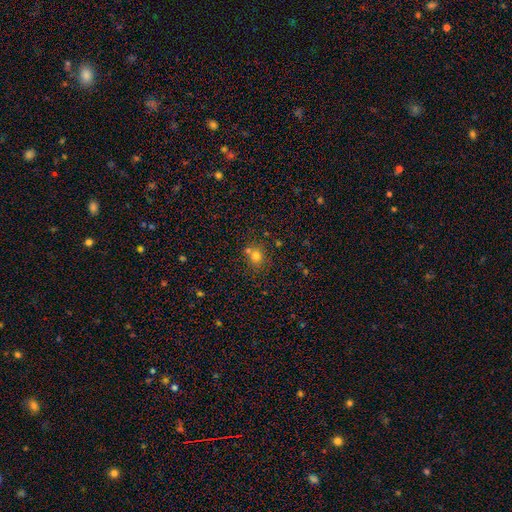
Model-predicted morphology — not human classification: Smooth or featured? Predicted: smooth (p=0.74). How rounded? Predicted: round (p=0.80). Merging? Predicted: none (p=0.61).